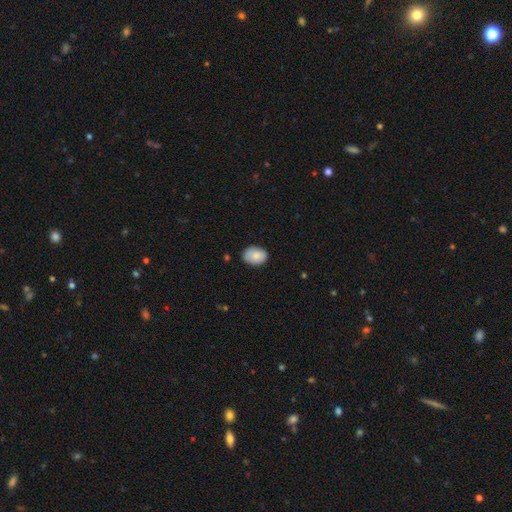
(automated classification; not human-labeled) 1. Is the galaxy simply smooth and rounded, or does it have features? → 81% smooth, 12% featured or disk, 7% star or artifact.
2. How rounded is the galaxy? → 76% in between, 23% round, 1% cigar-shaped.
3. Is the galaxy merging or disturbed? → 79% none, 17% minor disturbance, 3% major disturbance, 1% merger.